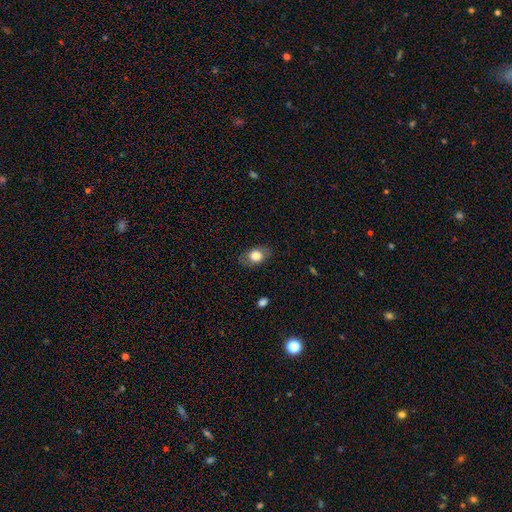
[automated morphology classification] The model was most divided on "how rounded": in between: 77%, round: 21%, cigar-shaped: 2%. More confident: merging — none (80%); smooth or featured — smooth (76%).